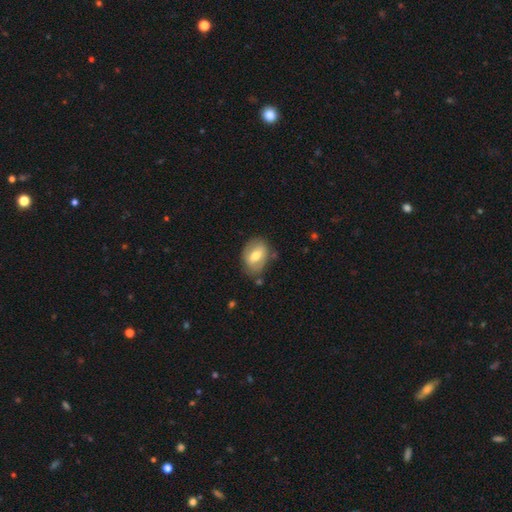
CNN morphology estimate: Overall: smooth (58%; featured or disk 35%). How rounded: in between (71%). Merging: none (71%).